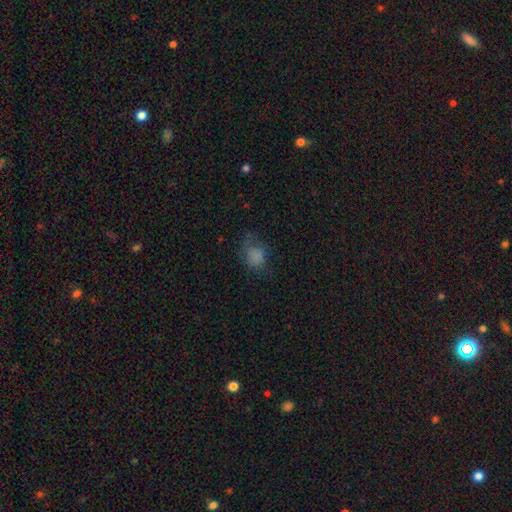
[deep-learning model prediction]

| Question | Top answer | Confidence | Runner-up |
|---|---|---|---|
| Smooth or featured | smooth | 75% | star or artifact (14%) |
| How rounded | round | 53% | in between (46%) |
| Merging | none | 48% | minor disturbance (27%) |